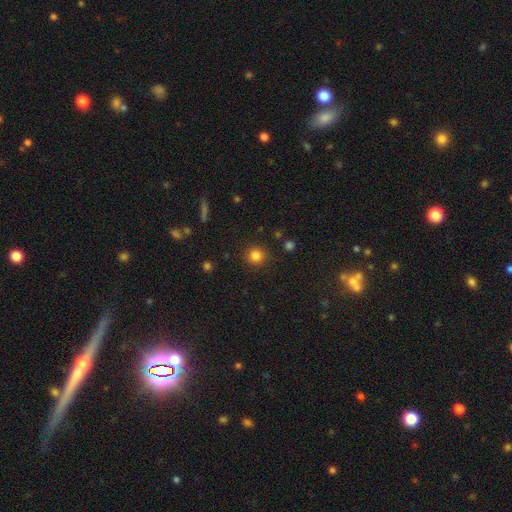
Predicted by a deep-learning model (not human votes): A smooth galaxy with no disk features (83%) that is round (93%).

Vote fractions:
- Smooth or featured? smooth: 83% / star or artifact: 13% / featured or disk: 5%
- How rounded? round: 93% / in between: 6% / cigar-shaped: 1%
- Merging? none: 89% / minor disturbance: 7% / major disturbance: 3% / merger: 2%